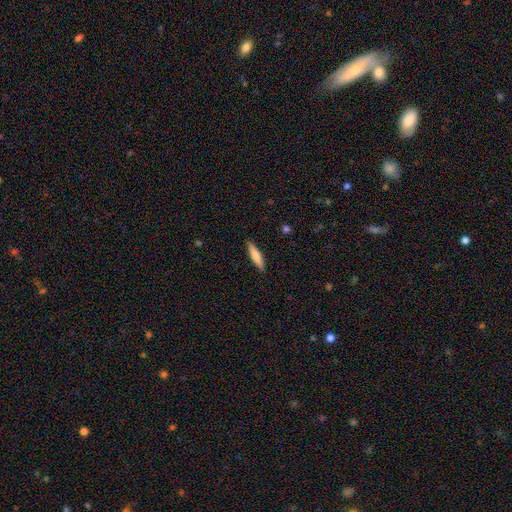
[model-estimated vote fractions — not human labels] smooth 75%, featured or disk 19%, star or artifact 6%. Down the decision tree: how rounded — cigar-shaped (83%); merging — none (90%).